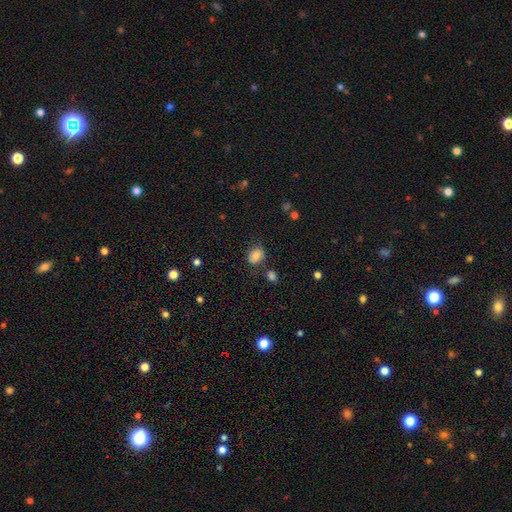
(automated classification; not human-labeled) smooth-or-featured: smooth: 81% | star or artifact: 11% | featured or disk: 8%
  how-rounded: in between: 60% | round: 38% | cigar-shaped: 1%
  merging: none: 69% | minor disturbance: 18% | merger: 7% | major disturbance: 6%